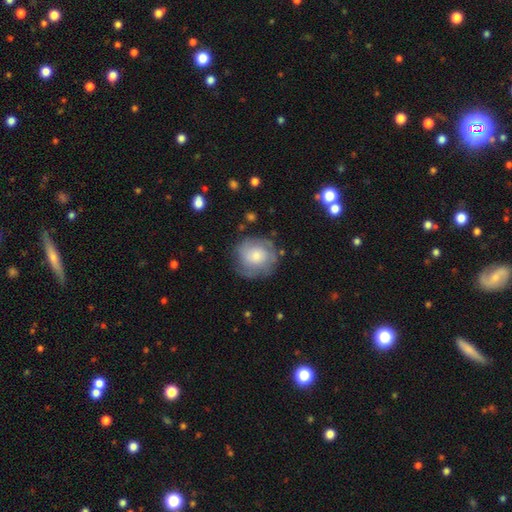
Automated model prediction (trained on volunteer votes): This is possibly a smooth galaxy (58%). How rounded: clearly round (87%). Merging: likely none (69%).